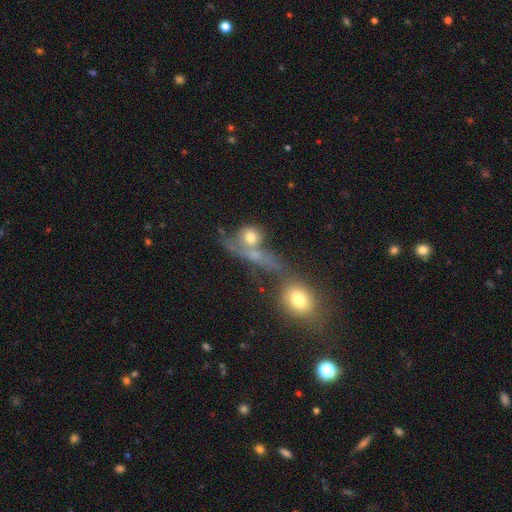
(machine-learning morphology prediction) Overall: smooth (43%; featured or disk 39%). Merging: merger (46%; none 28%).